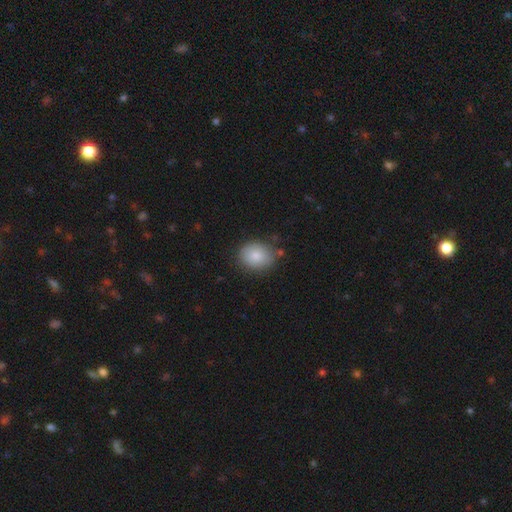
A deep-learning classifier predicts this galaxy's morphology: Q: Smooth or featured?
A: smooth (83%); runner-up: featured or disk (9%)
Q: How rounded?
A: round (51%); runner-up: in between (48%)
Q: Merging?
A: none (80%); runner-up: minor disturbance (14%)